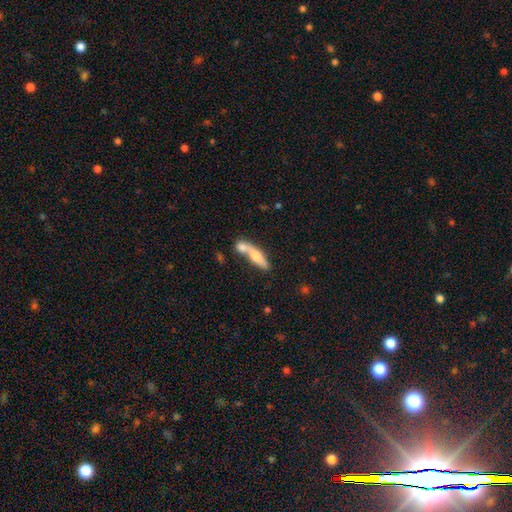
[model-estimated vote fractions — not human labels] A smooth galaxy with no disk features (58%) that is cigar-shaped (64%). Merging: merger (54%).